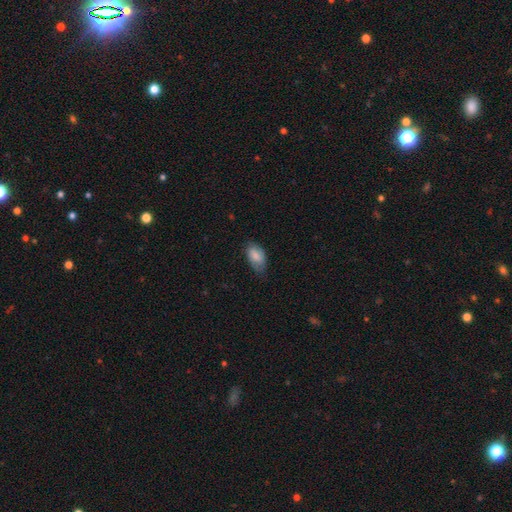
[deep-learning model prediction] This is likely a smooth galaxy (79%). How rounded: clearly in between (93%). Merging: likely none (61%).